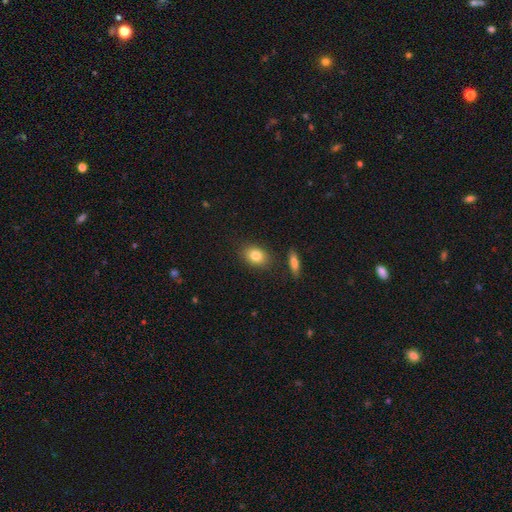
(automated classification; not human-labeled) Q: Smooth or featured?
A: smooth (82%); runner-up: featured or disk (9%)
Q: How rounded?
A: in between (71%); runner-up: round (27%)
Q: Merging?
A: none (85%); runner-up: minor disturbance (9%)